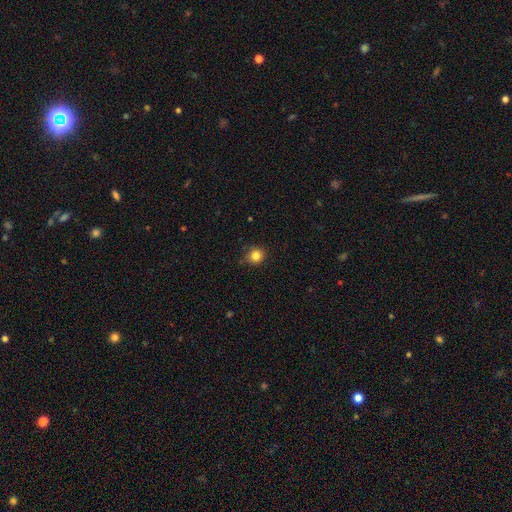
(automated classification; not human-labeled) Q: Smooth or featured?
A: smooth (83%); runner-up: star or artifact (12%)
Q: How rounded?
A: round (90%); runner-up: in between (9%)
Q: Merging?
A: none (84%); runner-up: minor disturbance (12%)